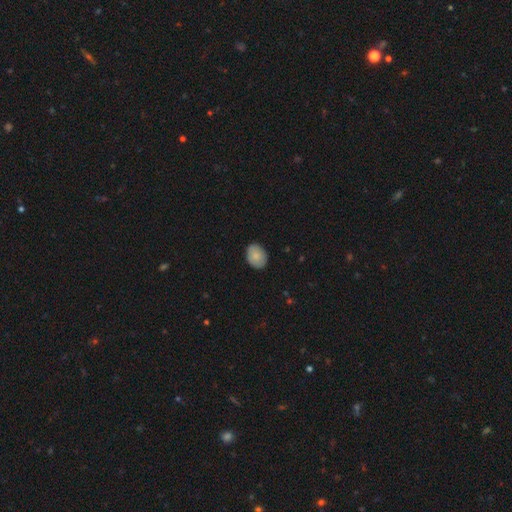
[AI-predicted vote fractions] Smooth or featured?
  - smooth: 81% *
  - featured or disk: 12%
  - star or artifact: 7%
How rounded?
  - in between: 63% *
  - round: 36%
  - cigar-shaped: 1%
Merging?
  - none: 86% *
  - minor disturbance: 11%
  - major disturbance: 2%
  - merger: 1%